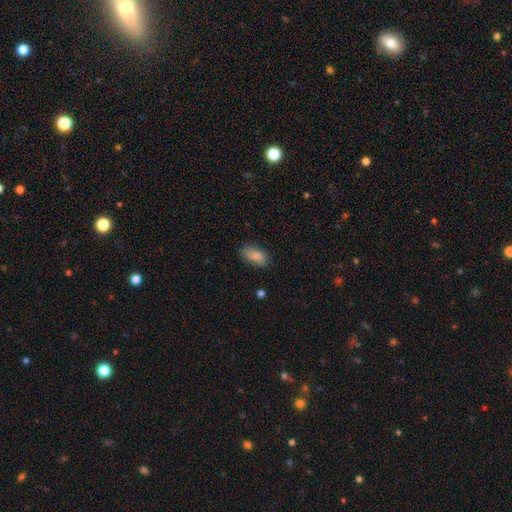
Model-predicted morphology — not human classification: Smooth or featured? smooth (86%)
How rounded? in between (91%)
Merging? none (78%)